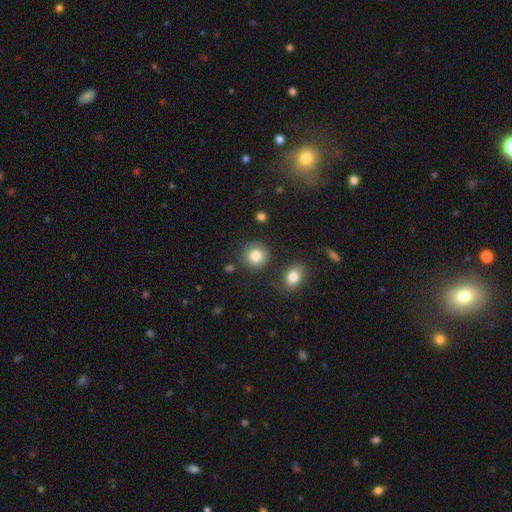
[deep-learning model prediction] Smooth or featured?
  - smooth: 83% *
  - star or artifact: 9%
  - featured or disk: 7%
How rounded?
  - round: 89% *
  - in between: 10%
  - cigar-shaped: 1%
Merging?
  - none: 83% *
  - minor disturbance: 10%
  - merger: 4%
  - major disturbance: 3%